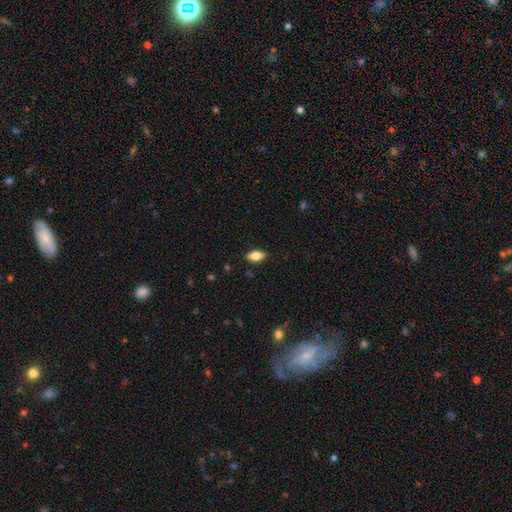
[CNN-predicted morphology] Smooth or featured? Predicted: smooth (p=0.69). How rounded? Predicted: in between (p=0.86). Merging? Predicted: none (p=0.85).